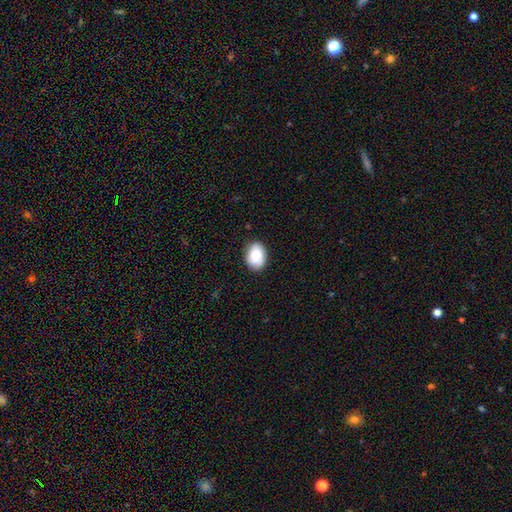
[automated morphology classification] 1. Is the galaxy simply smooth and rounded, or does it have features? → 85% smooth, 8% featured or disk, 7% star or artifact.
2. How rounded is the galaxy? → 80% in between, 19% round, 1% cigar-shaped.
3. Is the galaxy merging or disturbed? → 85% none, 12% minor disturbance, 2% major disturbance, 1% merger.